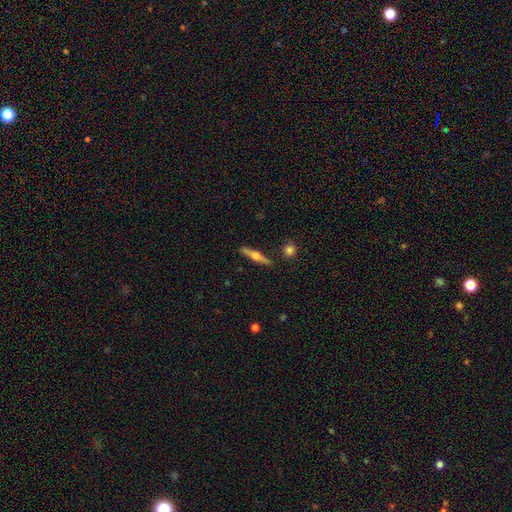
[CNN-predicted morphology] A featured or disk galaxy (64%) viewed edge-on (97%) with a rounded central bulge (91%).

Vote fractions:
- Smooth or featured? featured or disk: 64% / smooth: 30% / star or artifact: 6%
- Edge-on disk? yes: 97% / no: 3%
- Edge-on bulge? rounded: 91% / boxy: 5% / none: 3%
- Merging? none: 88% / minor disturbance: 8% / merger: 3% / major disturbance: 2%